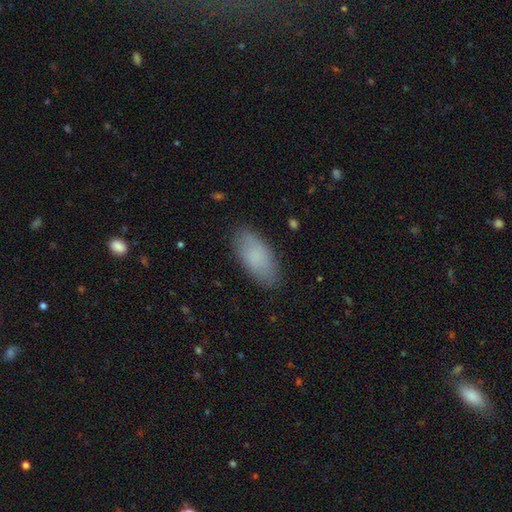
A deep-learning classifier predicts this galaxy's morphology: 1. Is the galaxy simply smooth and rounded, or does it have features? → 84% smooth, 8% featured or disk, 7% star or artifact.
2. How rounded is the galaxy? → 91% in between, 7% cigar-shaped, 2% round.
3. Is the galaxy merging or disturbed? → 86% none, 10% minor disturbance, 2% major disturbance, 1% merger.